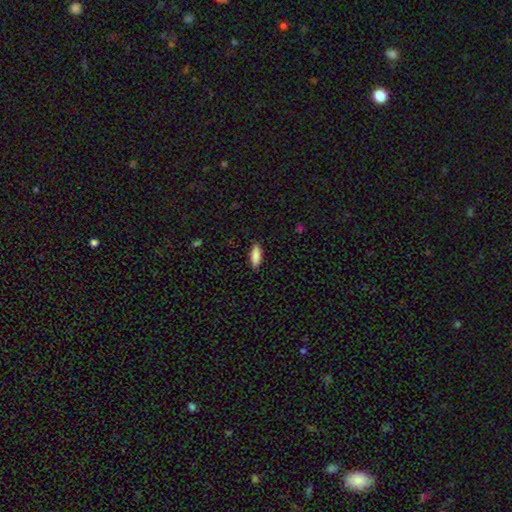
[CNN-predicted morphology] Smooth or featured? Predicted: smooth (p=0.89). How rounded? Predicted: in between (p=0.70). Merging? Predicted: none (p=0.88).